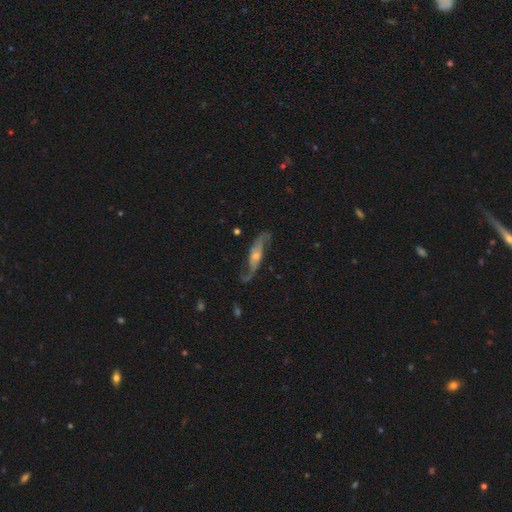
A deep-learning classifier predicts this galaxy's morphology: Overall: featured or disk (82%). Edge-on disk: no (80%). Bar: no (59%; weak 29%). Spiral arms: yes (93%). Spiral arm count: 2 (90%). Spiral winding: loose (71%). Bulge size: moderate (49%; small 41%). Merging: none (69%).